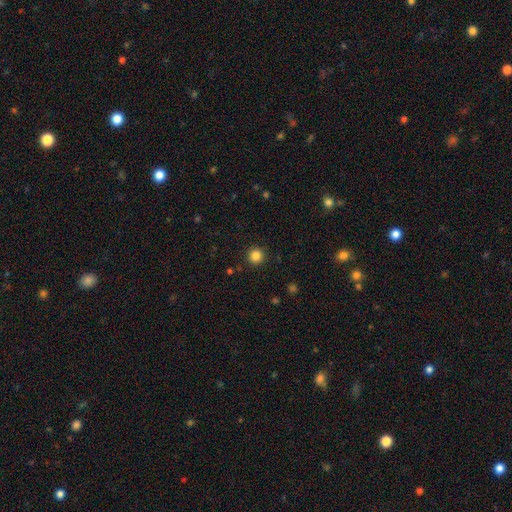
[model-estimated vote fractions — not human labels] Smooth or featured?
  - smooth: 84% *
  - star or artifact: 12%
  - featured or disk: 4%
How rounded?
  - round: 95% *
  - in between: 4%
  - cigar-shaped: 1%
Merging?
  - none: 92% *
  - minor disturbance: 5%
  - major disturbance: 2%
  - merger: 1%